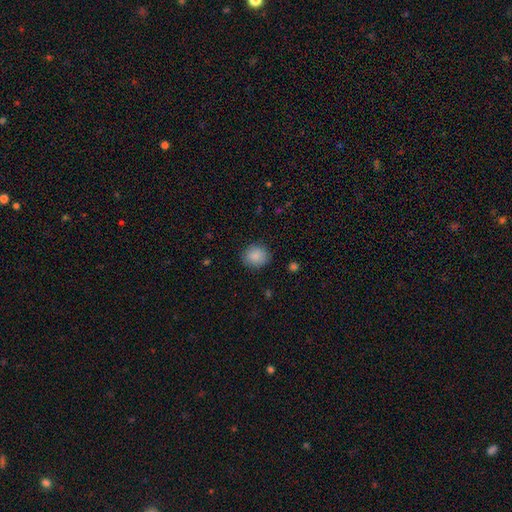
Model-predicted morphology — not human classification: Q: Smooth or featured?
A: smooth (87%); runner-up: star or artifact (8%)
Q: How rounded?
A: round (77%); runner-up: in between (22%)
Q: Merging?
A: none (86%); runner-up: minor disturbance (10%)